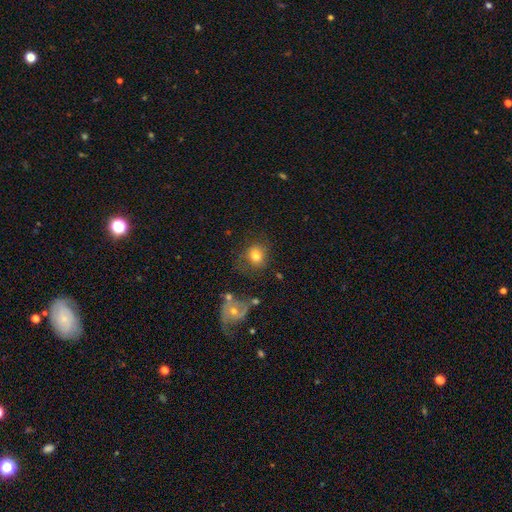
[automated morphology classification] This is likely a smooth galaxy (76%). How rounded: likely round (76%). Merging: likely none (67%).